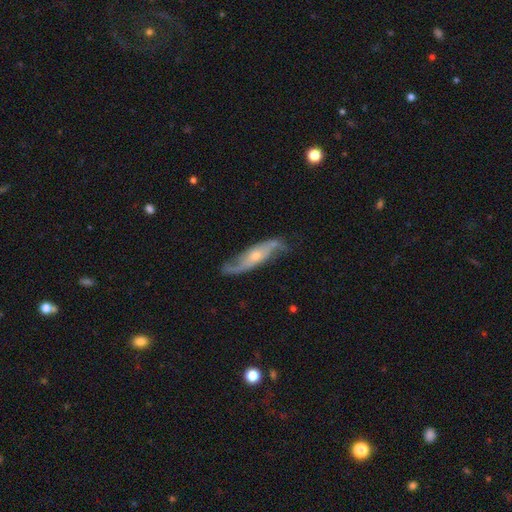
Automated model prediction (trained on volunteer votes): This is clearly a featured or disk galaxy (81%). It is likely not viewed edge-on (80%). Bar: likely no (63%). Spiral arm pattern: clearly yes (94%). Spiral arm count: clearly 2 (88%). Spiral winding: possibly loose (53%). Central bulge: possibly small (55%). Merging: likely none (72%).